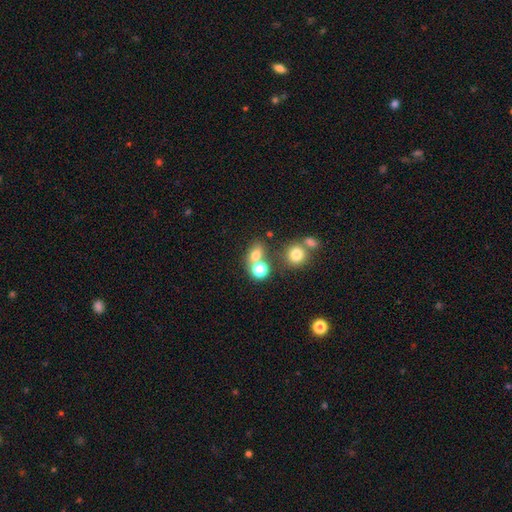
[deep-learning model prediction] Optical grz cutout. It shows a smooth galaxy with no disk features (70%) that is round (54%). Merging: none (50%).